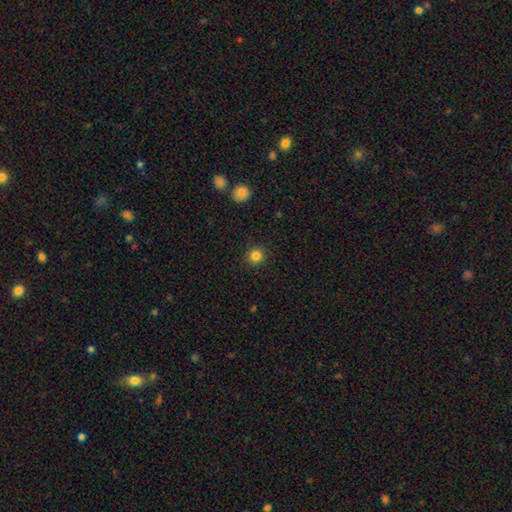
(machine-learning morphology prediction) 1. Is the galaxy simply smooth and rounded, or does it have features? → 84% smooth, 12% star or artifact, 5% featured or disk.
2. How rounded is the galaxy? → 94% round, 5% in between, 1% cigar-shaped.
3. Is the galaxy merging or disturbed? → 91% none, 6% minor disturbance, 2% major disturbance, 1% merger.